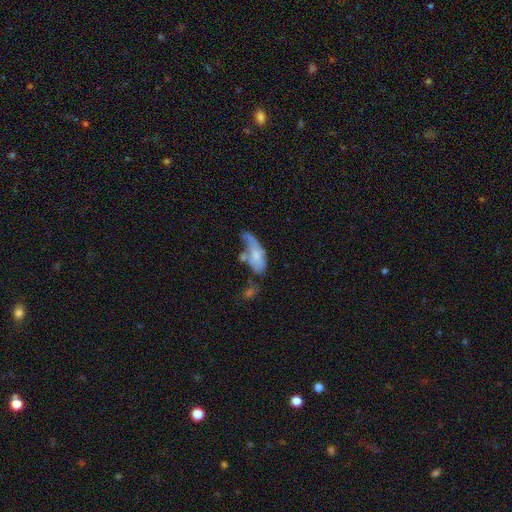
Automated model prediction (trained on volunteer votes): Q: Smooth or featured?
A: smooth (58%); runner-up: featured or disk (34%)
Q: How rounded?
A: in between (81%); runner-up: cigar-shaped (16%)
Q: Merging?
A: major disturbance (33%); runner-up: merger (25%)